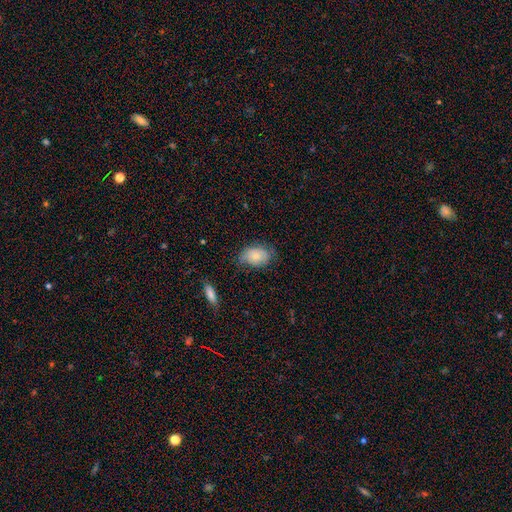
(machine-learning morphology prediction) smooth 75%, featured or disk 18%, star or artifact 7%. Down the decision tree: how rounded — in between (85%); merging — none (65%).